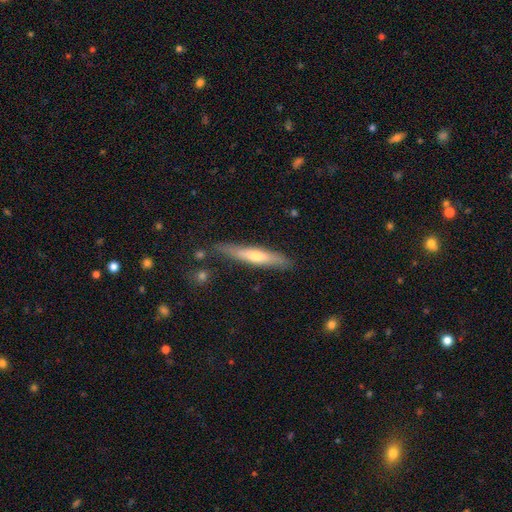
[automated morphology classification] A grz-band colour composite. It shows a smooth galaxy with no disk features (48%). Merging: none (82%).